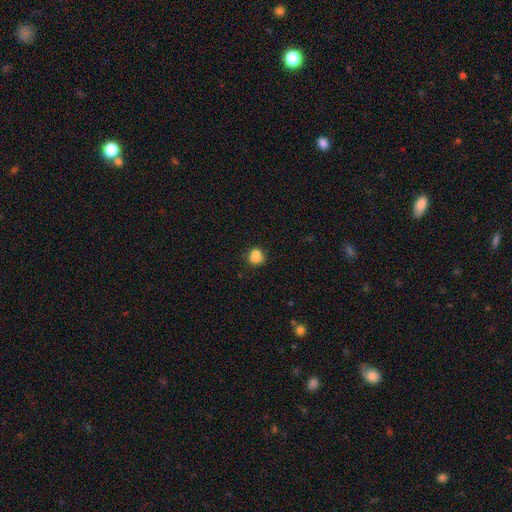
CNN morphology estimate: smooth 78%, featured or disk 12%, star or artifact 10%. Down the decision tree: how rounded — round (75%); merging — none (50%).